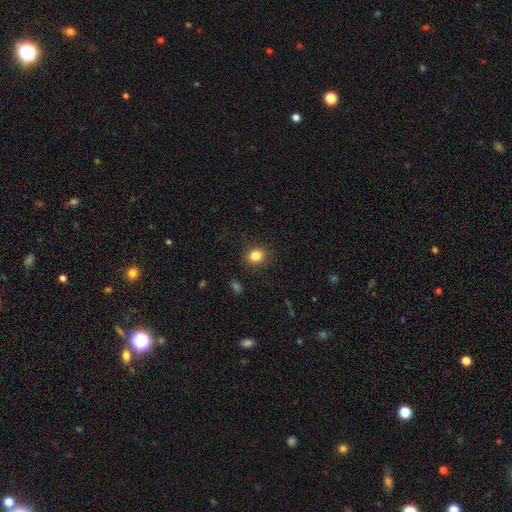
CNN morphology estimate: Smooth or featured: smooth — 84% (star or artifact — 11%)
How rounded: round — 65% (in between — 34%)
Merging: none — 87% (minor disturbance — 9%)